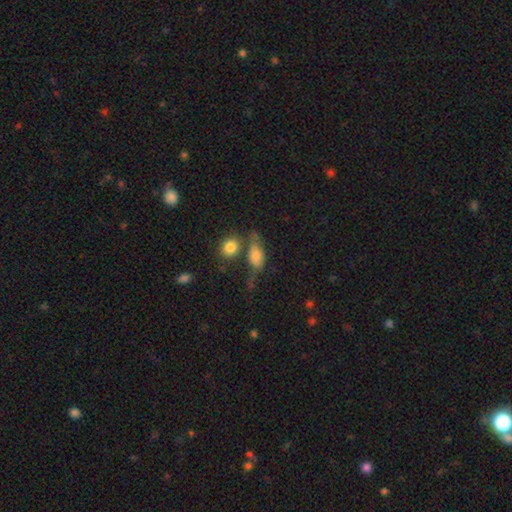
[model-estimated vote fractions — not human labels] Smooth or featured? Predicted: smooth (p=0.62). How rounded? Predicted: in between (p=0.75). Merging? Predicted: none (p=0.41).